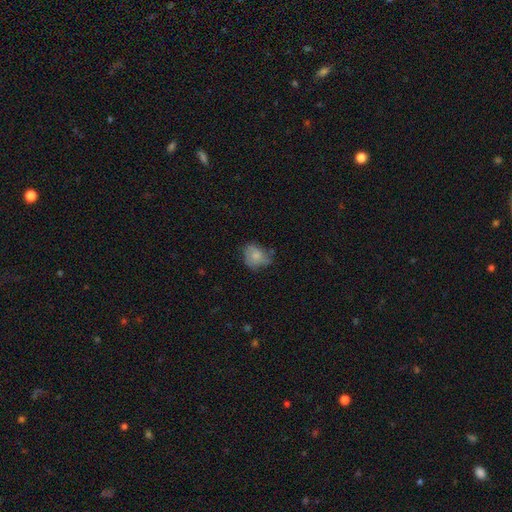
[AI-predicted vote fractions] A smooth galaxy with no disk features (67%) that is round (53%).

Vote fractions:
- Smooth or featured? smooth: 67% / featured or disk: 24% / star or artifact: 9%
- How rounded? round: 53% / in between: 46% / cigar-shaped: 1%
- Merging? none: 49% / minor disturbance: 34% / major disturbance: 15% / merger: 2%